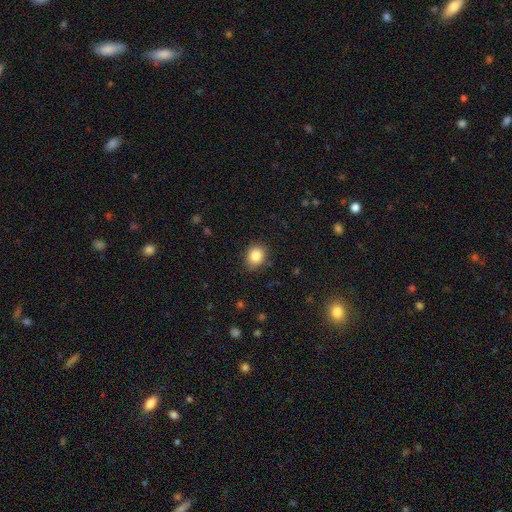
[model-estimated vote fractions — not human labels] Morphology: type=smooth (85%); roundness=round (66%); merging=none (85%).